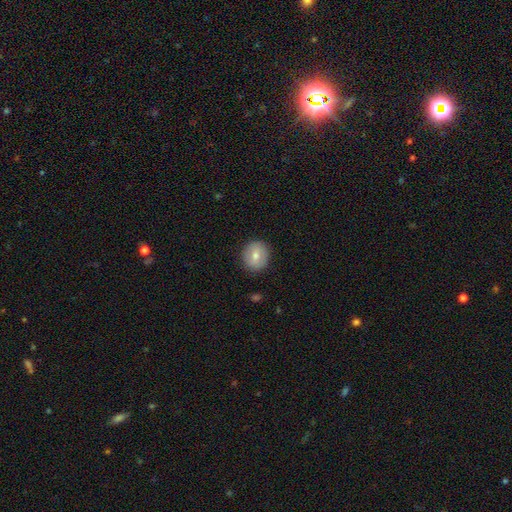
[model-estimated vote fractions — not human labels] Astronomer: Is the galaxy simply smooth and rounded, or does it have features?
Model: smooth — 70%.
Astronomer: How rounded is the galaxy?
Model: round — 75%.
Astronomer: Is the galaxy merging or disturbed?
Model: none — 88%.